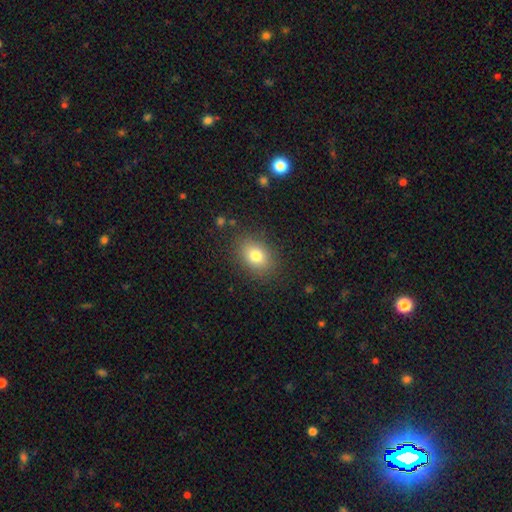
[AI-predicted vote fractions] Smooth or featured? Predicted: smooth (p=0.78). How rounded? Predicted: in between (p=0.70). Merging? Predicted: none (p=0.85).